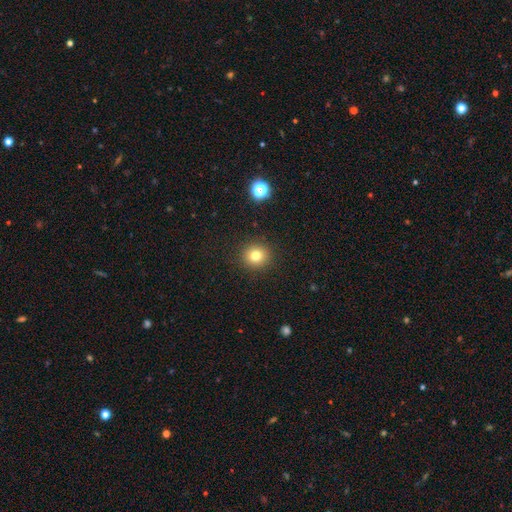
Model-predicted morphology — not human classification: A smooth galaxy with no disk features (78%) that is round (90%).

Vote fractions:
- Smooth or featured? smooth: 78% / star or artifact: 14% / featured or disk: 8%
- How rounded? round: 90% / in between: 9% / cigar-shaped: 1%
- Merging? none: 91% / minor disturbance: 6% / major disturbance: 2% / merger: 1%